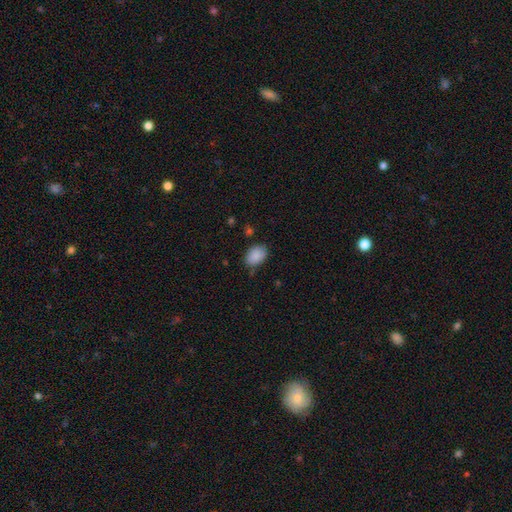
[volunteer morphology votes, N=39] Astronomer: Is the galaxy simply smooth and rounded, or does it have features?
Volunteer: smooth — 90%.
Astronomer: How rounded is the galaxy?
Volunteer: in between — 80%.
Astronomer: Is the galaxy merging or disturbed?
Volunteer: none — 70%.